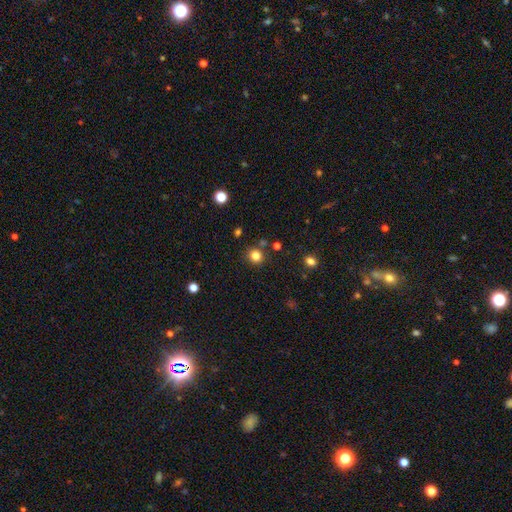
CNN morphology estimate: Q: Smooth or featured?
A: smooth (81%); runner-up: star or artifact (14%)
Q: How rounded?
A: round (90%); runner-up: in between (9%)
Q: Merging?
A: none (85%); runner-up: minor disturbance (7%)